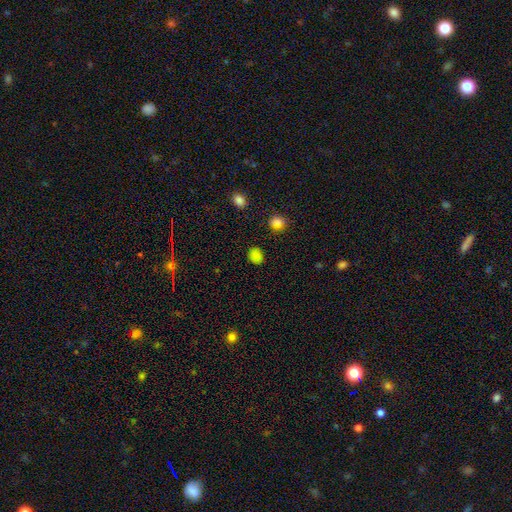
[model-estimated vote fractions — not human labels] A smooth galaxy with no disk features (80%) that is round (64%).

Vote fractions:
- Smooth or featured? smooth: 80% / star or artifact: 16% / featured or disk: 4%
- How rounded? round: 64% / in between: 35% / cigar-shaped: 1%
- Merging? none: 86% / minor disturbance: 9% / major disturbance: 3% / merger: 2%